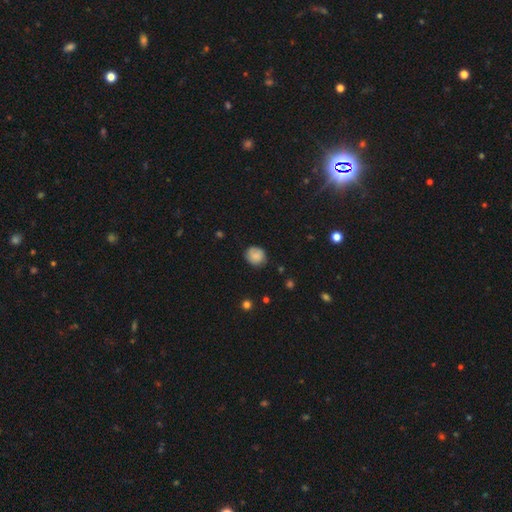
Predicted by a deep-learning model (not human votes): Q: Smooth or featured?
A: smooth (81%); runner-up: featured or disk (11%)
Q: How rounded?
A: round (78%); runner-up: in between (21%)
Q: Merging?
A: none (76%); runner-up: minor disturbance (19%)